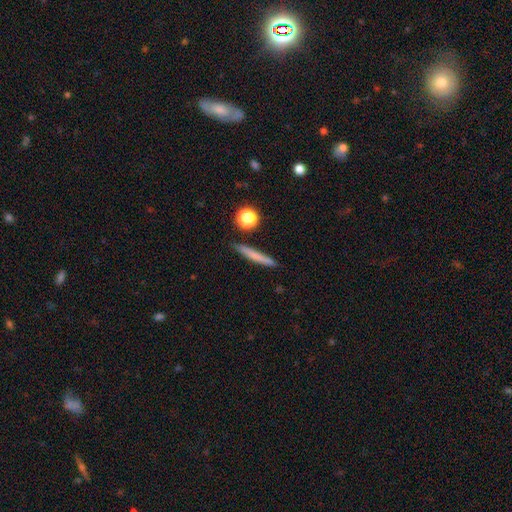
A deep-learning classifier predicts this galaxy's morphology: A smooth galaxy with no disk features (68%) that is cigar-shaped (93%). Merging: none (87%).